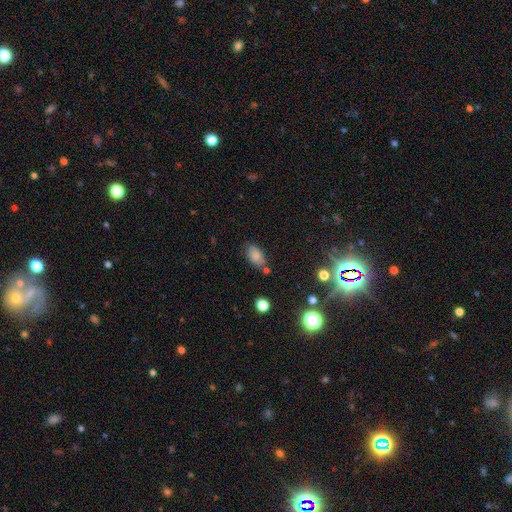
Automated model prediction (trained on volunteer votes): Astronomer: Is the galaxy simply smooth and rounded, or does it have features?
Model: smooth — 80%.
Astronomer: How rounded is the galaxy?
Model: in between — 90%.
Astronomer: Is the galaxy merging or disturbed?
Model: none — 69%.